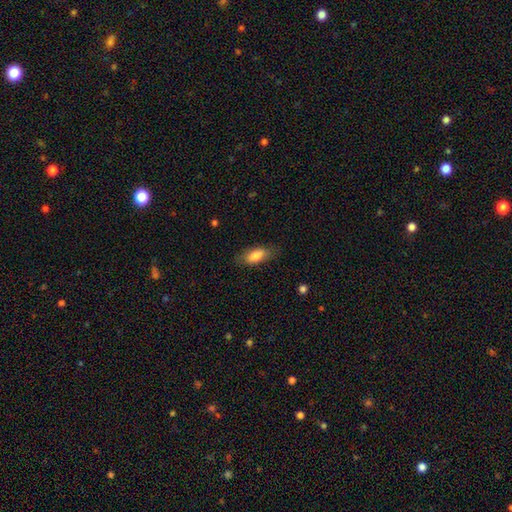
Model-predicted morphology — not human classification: Smooth or featured? Predicted: smooth (p=0.82). How rounded? Predicted: in between (p=0.78). Merging? Predicted: none (p=0.78).